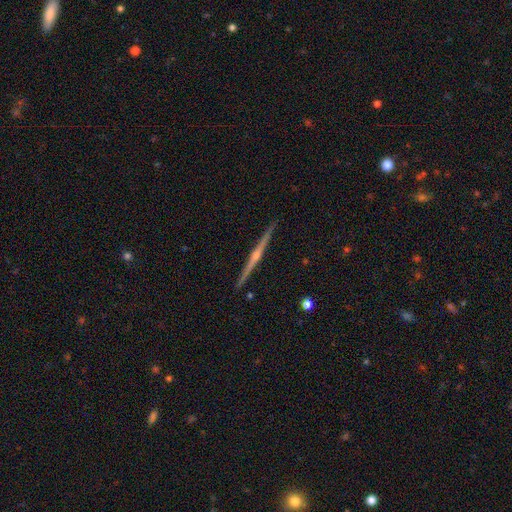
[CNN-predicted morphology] featured or disk 82%, smooth 12%, star or artifact 6%. Down the decision tree: edge-on disk — yes (98%); edge-on bulge — rounded (80%); merging — none (92%).